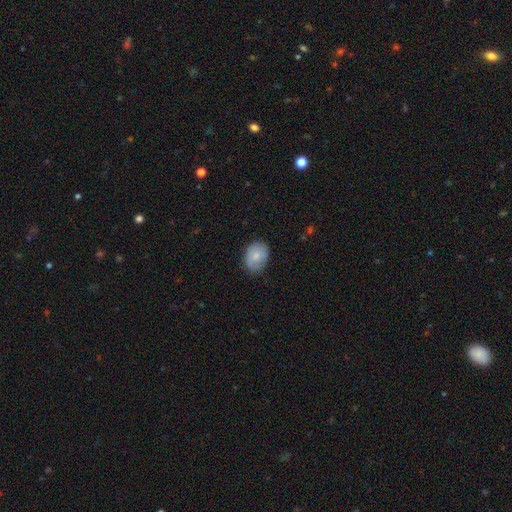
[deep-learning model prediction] Smooth or featured? smooth (76%)
How rounded? in between (66%)
Merging? none (71%)